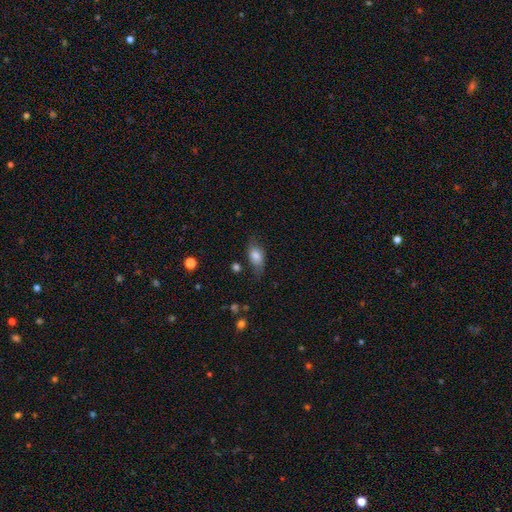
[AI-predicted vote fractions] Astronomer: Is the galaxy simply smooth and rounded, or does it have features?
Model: smooth — 73%.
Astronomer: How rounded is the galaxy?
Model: in between — 86%.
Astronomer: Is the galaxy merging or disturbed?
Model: none — 63%.